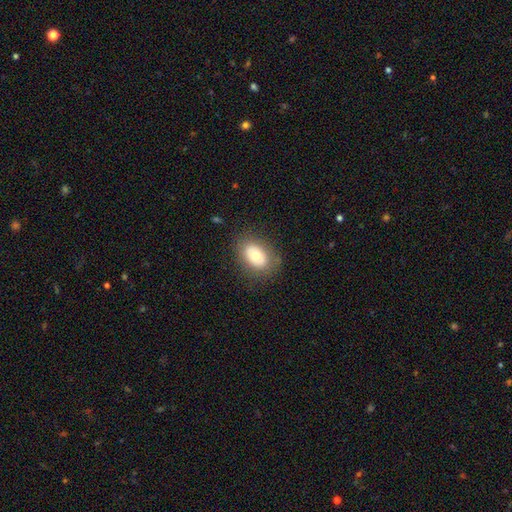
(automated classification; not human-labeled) Smooth or featured: smooth — 64% (featured or disk — 27%)
How rounded: in between — 79% (round — 20%)
Merging: none — 80% (minor disturbance — 14%)